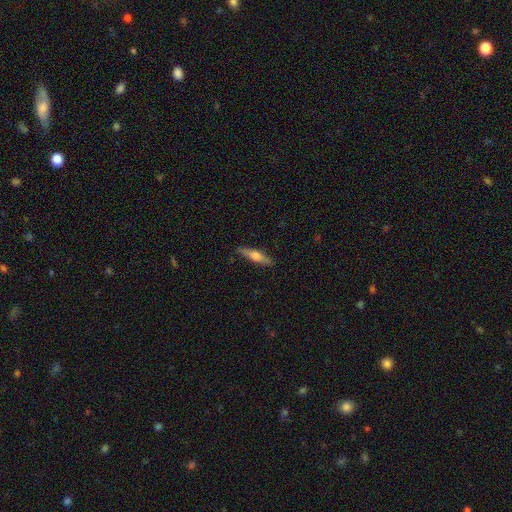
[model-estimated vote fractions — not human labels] Smooth or featured? Predicted: smooth (p=0.48). Merging? Predicted: none (p=0.87).